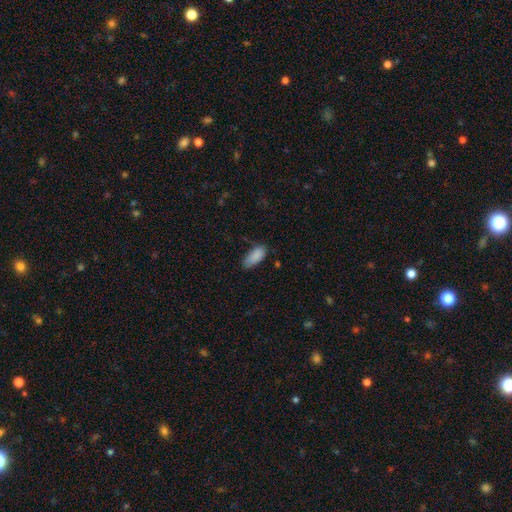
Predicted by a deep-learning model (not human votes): Overall: smooth (88%). How rounded: in between (87%). Merging: none (69%).